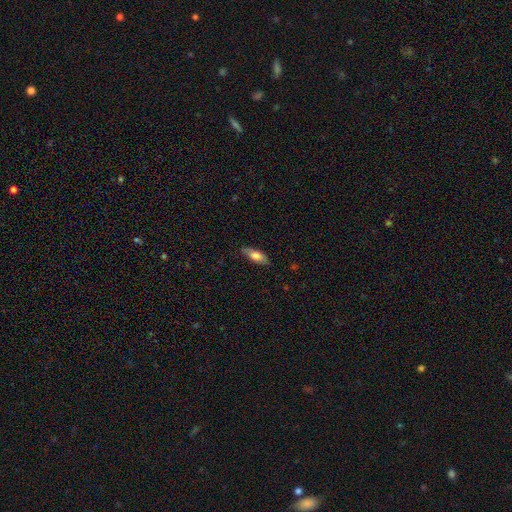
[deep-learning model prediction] A smooth galaxy with no disk features (71%) that is in between round and cigar-shaped (69%). Merging: none (81%).